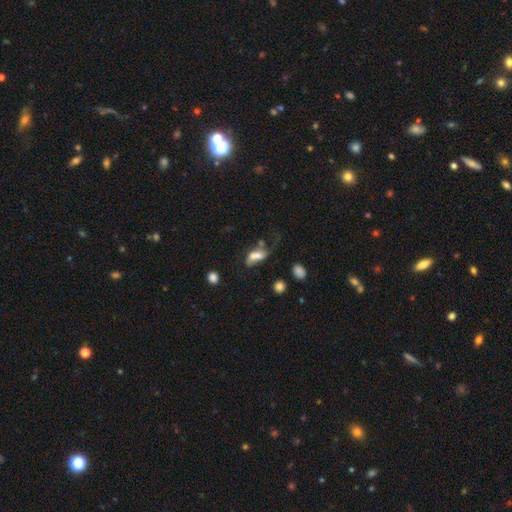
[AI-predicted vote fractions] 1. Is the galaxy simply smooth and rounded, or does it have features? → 55% smooth, 32% featured or disk, 12% star or artifact.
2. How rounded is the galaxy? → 77% in between, 13% cigar-shaped, 10% round.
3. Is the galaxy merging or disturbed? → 31% merger, 26% major disturbance, 25% none, 17% minor disturbance.